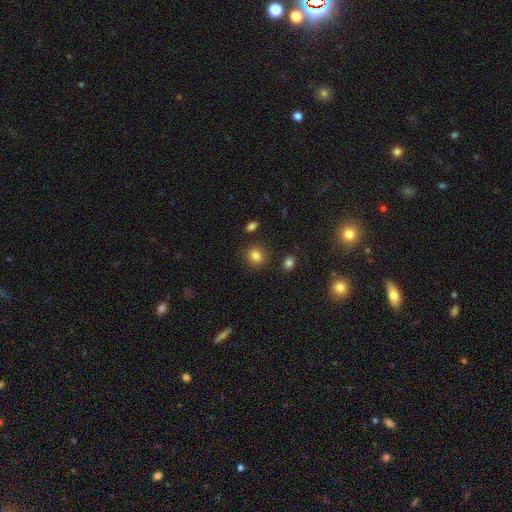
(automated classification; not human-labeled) This appears to be a smooth galaxy with no disk features (84%) that is round (73%). Merging: none (85%).